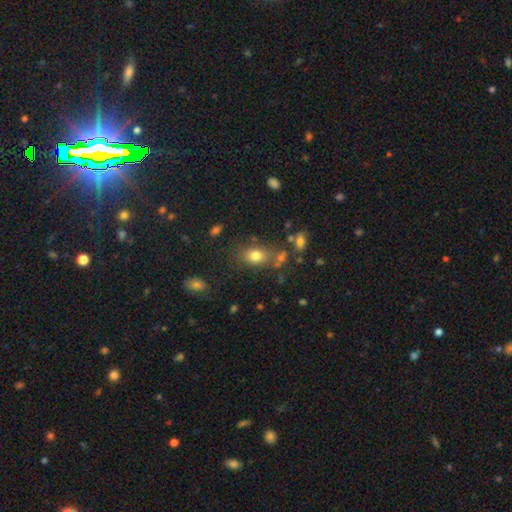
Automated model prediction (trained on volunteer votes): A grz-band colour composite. It shows a smooth galaxy with no disk features (77%) that is in between round and cigar-shaped (69%). Merging: none (68%).